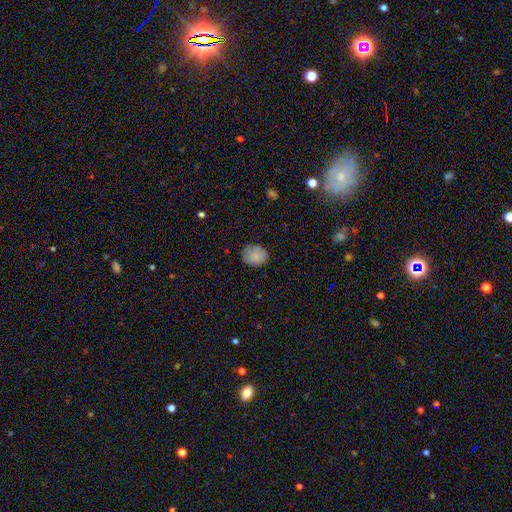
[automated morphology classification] Smooth or featured: smooth — 85% (star or artifact — 9%)
How rounded: round — 57% (in between — 42%)
Merging: none — 82% (minor disturbance — 14%)